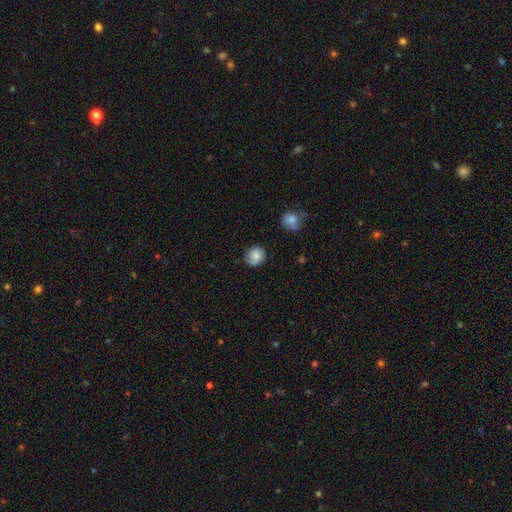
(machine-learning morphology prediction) The model was most divided on "merging": none: 72%, minor disturbance: 21%, major disturbance: 4%, merger: 2%. More confident: how rounded — round (77%); smooth or featured — smooth (77%).